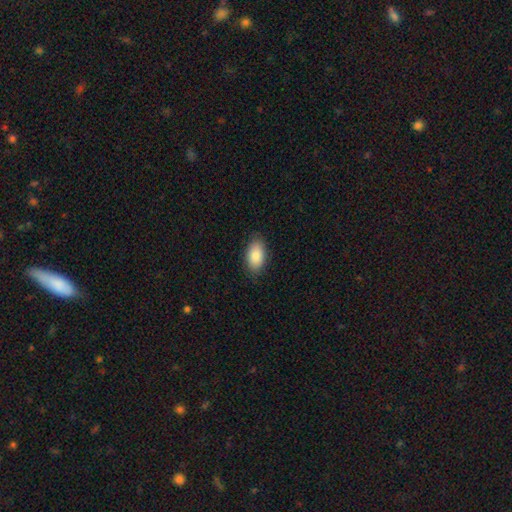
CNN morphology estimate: This is clearly a smooth galaxy (88%). How rounded: clearly in between (94%). Merging: clearly none (86%).